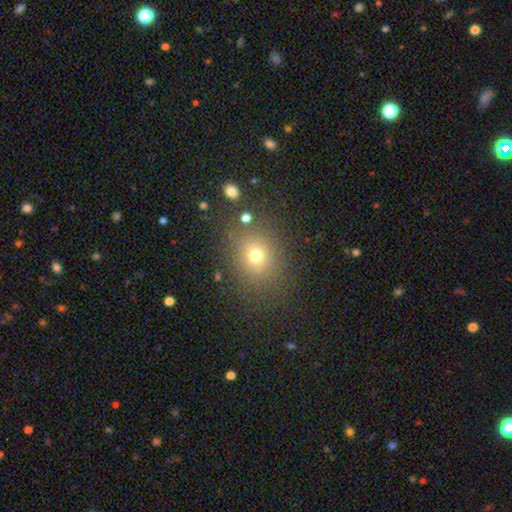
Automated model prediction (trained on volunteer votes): Q: Smooth or featured?
A: smooth (71%); runner-up: star or artifact (19%)
Q: How rounded?
A: round (67%); runner-up: in between (32%)
Q: Merging?
A: none (82%); runner-up: minor disturbance (10%)